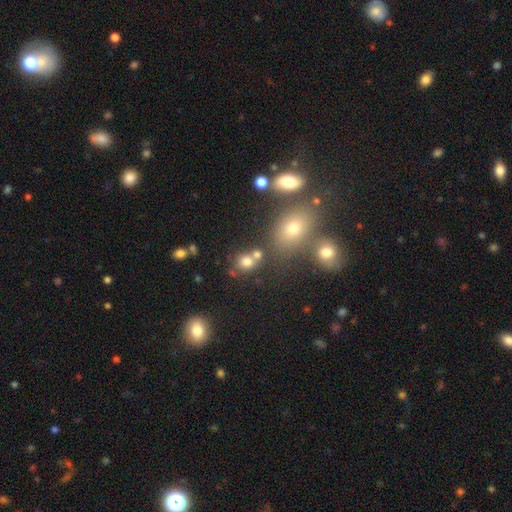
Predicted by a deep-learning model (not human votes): smooth 56%, star or artifact 30%, featured or disk 14%. Down the decision tree: how rounded — in between (52%); merging — none (65%).